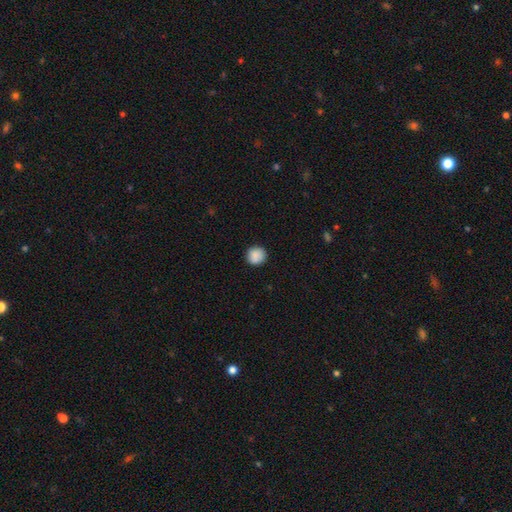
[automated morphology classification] smooth_or_featured: smooth (p=0.88) [alt: star or artifact p=0.08]
how_rounded: round (p=0.92) [alt: in between p=0.08]
merging: none (p=0.88) [alt: minor disturbance p=0.09]